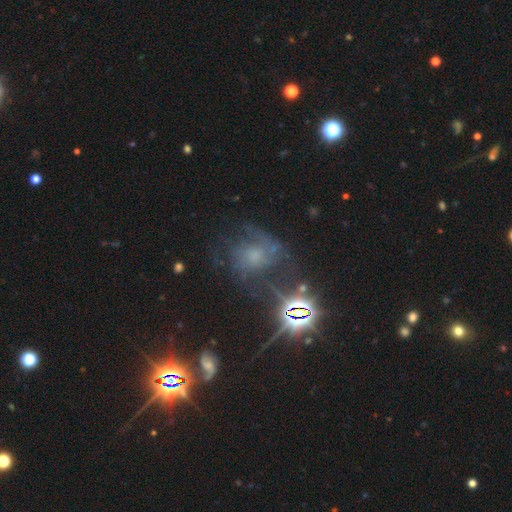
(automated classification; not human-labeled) A featured or disk galaxy (45%). Merging: none (60%).